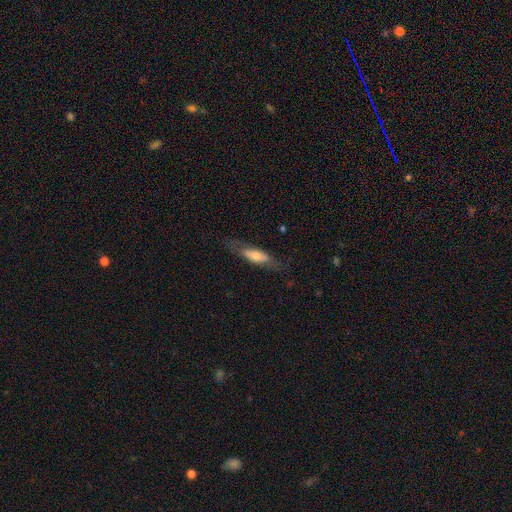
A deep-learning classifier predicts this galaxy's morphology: smooth_or_featured: smooth (p=0.51) [alt: featured or disk p=0.43]
how_rounded: cigar-shaped (p=0.60) [alt: in between p=0.38]
merging: none (p=0.75) [alt: minor disturbance p=0.17]